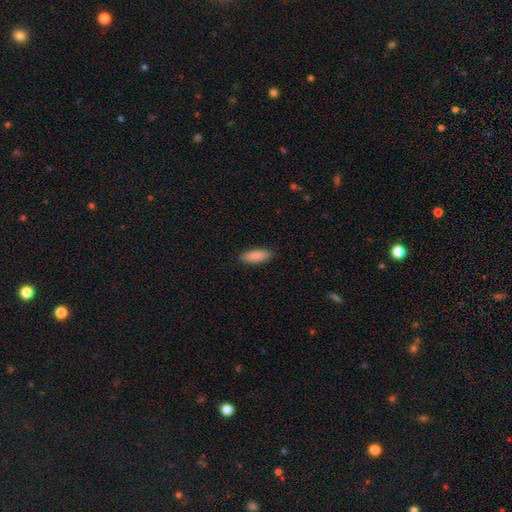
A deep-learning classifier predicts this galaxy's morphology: smooth 88%, featured or disk 6%, star or artifact 6%. Down the decision tree: how rounded — in between (59%); merging — none (89%).